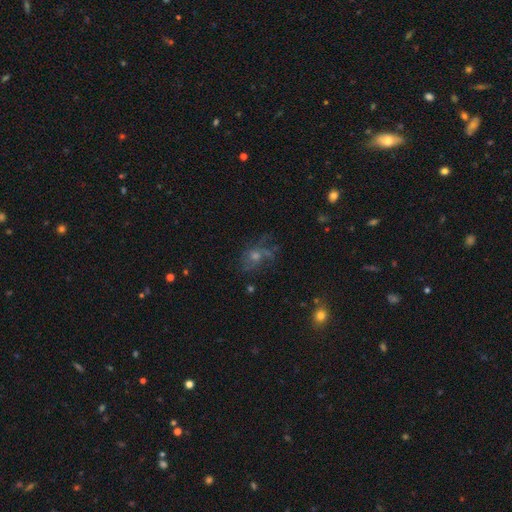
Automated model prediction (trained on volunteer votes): smooth-or-featured: featured or disk: 41% | star or artifact: 31% | smooth: 28%
  merging: none: 56% | major disturbance: 22% | minor disturbance: 18% | merger: 4%